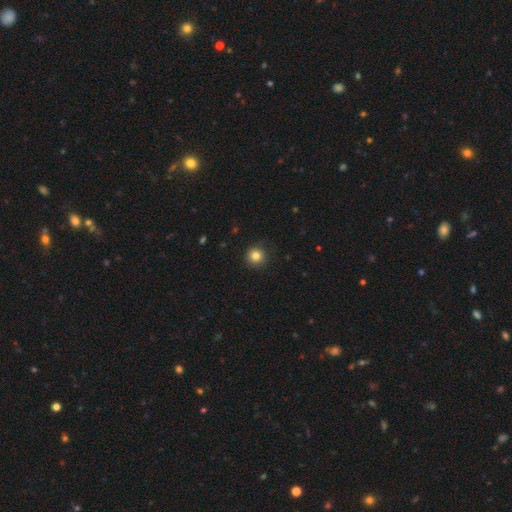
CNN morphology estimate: Smooth or featured?
  - smooth: 83% *
  - star or artifact: 11%
  - featured or disk: 6%
How rounded?
  - round: 95% *
  - in between: 4%
  - cigar-shaped: 1%
Merging?
  - none: 89% *
  - minor disturbance: 7%
  - major disturbance: 2%
  - merger: 1%